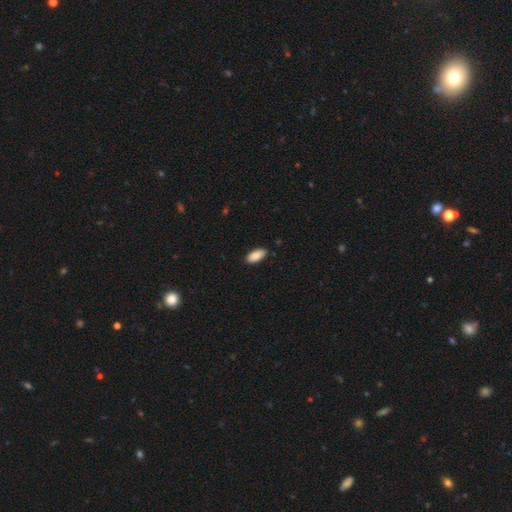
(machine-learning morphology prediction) Smooth or featured: smooth — 88% (star or artifact — 6%)
How rounded: in between — 90% (cigar-shaped — 8%)
Merging: none — 86% (minor disturbance — 11%)